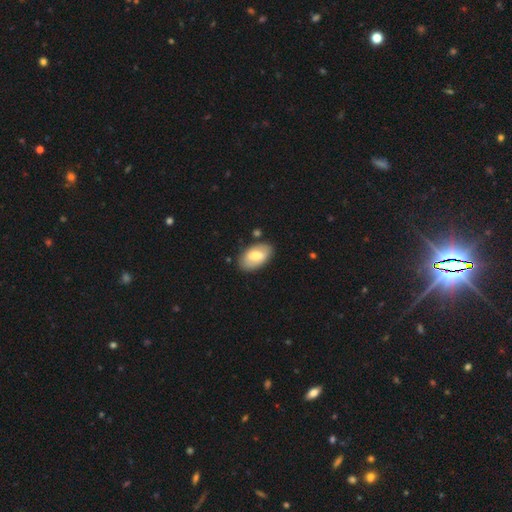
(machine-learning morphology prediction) Smooth or featured? smooth (64%)
How rounded? in between (94%)
Merging? none (81%)